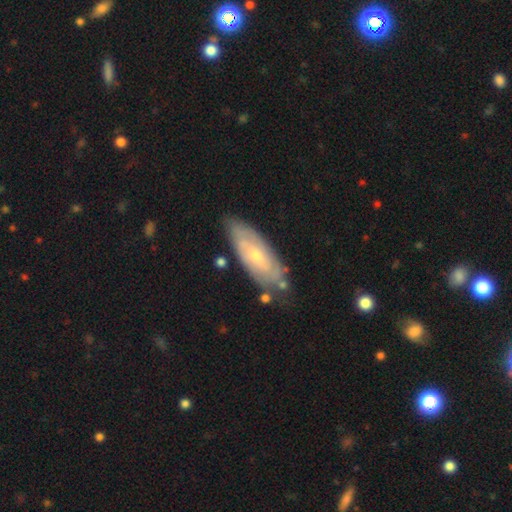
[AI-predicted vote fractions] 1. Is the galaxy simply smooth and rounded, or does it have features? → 62% featured or disk, 33% smooth, 6% star or artifact.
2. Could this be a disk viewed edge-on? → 84% no, 16% yes.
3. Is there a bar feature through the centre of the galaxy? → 61% no, 33% weak, 6% strong.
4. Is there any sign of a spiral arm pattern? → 76% yes, 24% no.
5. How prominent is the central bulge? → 55% small, 41% moderate, 2% large, 2% none, 1% dominant.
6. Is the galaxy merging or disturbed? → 71% none, 20% minor disturbance, 4% major disturbance, 4% merger.